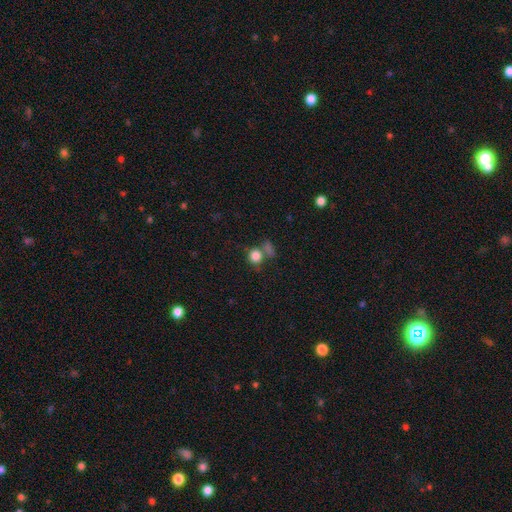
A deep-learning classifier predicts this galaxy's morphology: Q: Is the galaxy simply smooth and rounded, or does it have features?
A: smooth — 82%.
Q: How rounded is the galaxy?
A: round — 82%.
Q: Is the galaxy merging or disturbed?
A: none — 51%.